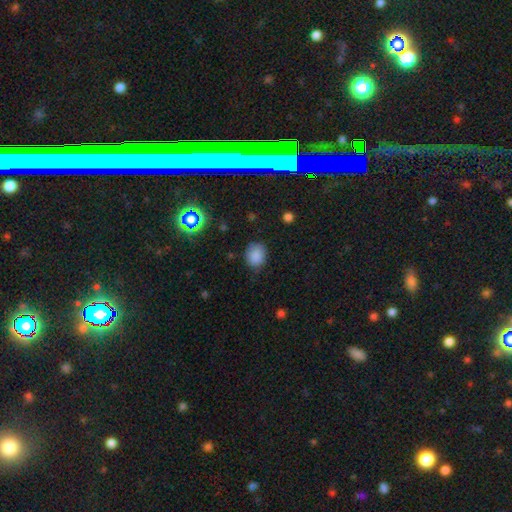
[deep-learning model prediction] Smooth or featured?
  - smooth: 84% *
  - star or artifact: 11%
  - featured or disk: 5%
How rounded?
  - round: 63% *
  - in between: 36%
  - cigar-shaped: 1%
Merging?
  - none: 77% *
  - minor disturbance: 18%
  - major disturbance: 4%
  - merger: 1%